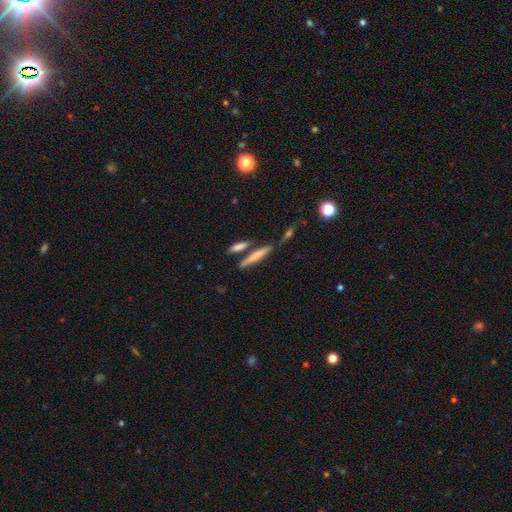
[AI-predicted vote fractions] smooth-or-featured: smooth: 66% | featured or disk: 27% | star or artifact: 7%
  how-rounded: cigar-shaped: 87% | in between: 10% | round: 2%
  merging: none: 69% | merger: 17% | minor disturbance: 11% | major disturbance: 3%